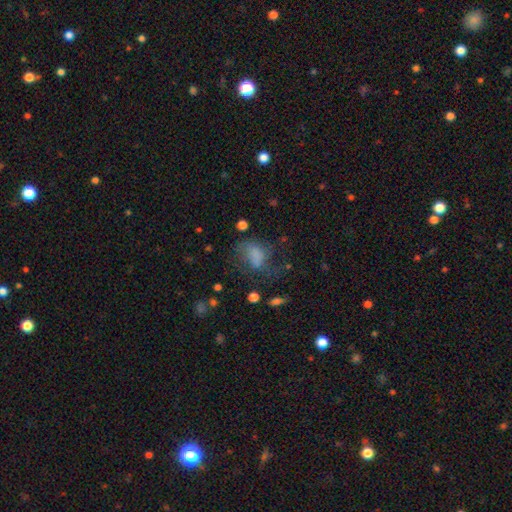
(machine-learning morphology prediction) The model was most divided on "merging" (2-way tie): major disturbance: 36%, none: 36%, minor disturbance: 24%, merger: 4%. More confident: how rounded — in between (73%); smooth or featured — smooth (66%).